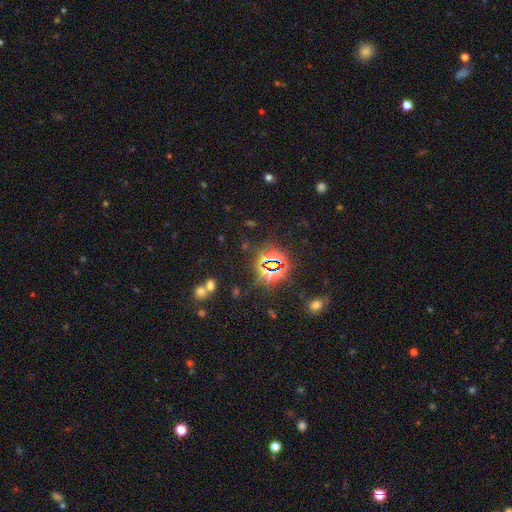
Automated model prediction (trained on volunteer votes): A star or artifact, not a galaxy (73%).

Vote fractions:
- Smooth or featured? star or artifact: 73% / smooth: 18% / featured or disk: 9%